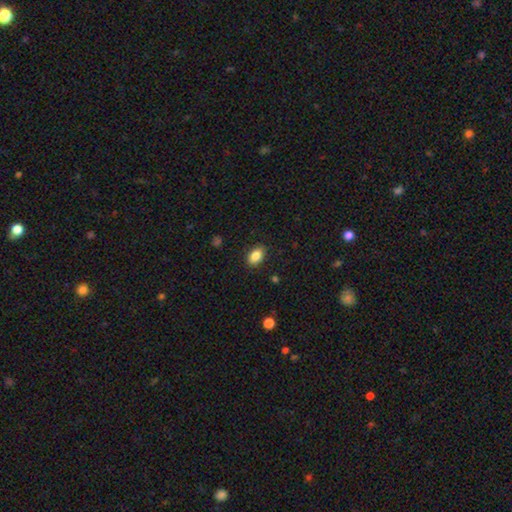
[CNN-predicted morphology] Smooth or featured?
  - smooth: 86% *
  - star or artifact: 8%
  - featured or disk: 6%
How rounded?
  - in between: 89% *
  - round: 9%
  - cigar-shaped: 2%
Merging?
  - none: 88% *
  - minor disturbance: 9%
  - major disturbance: 2%
  - merger: 1%